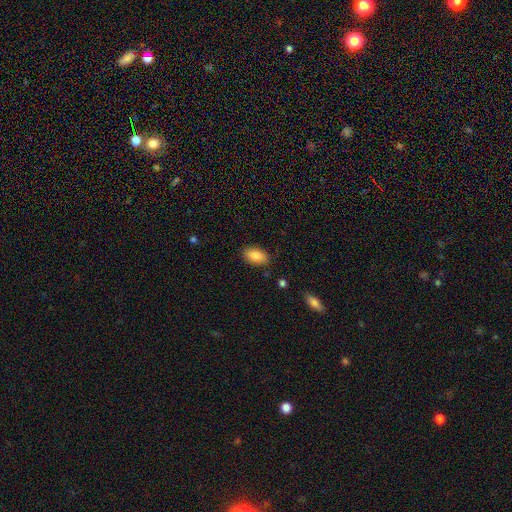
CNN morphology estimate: This is clearly a smooth galaxy (87%). How rounded: clearly in between (92%). Merging: clearly none (84%).